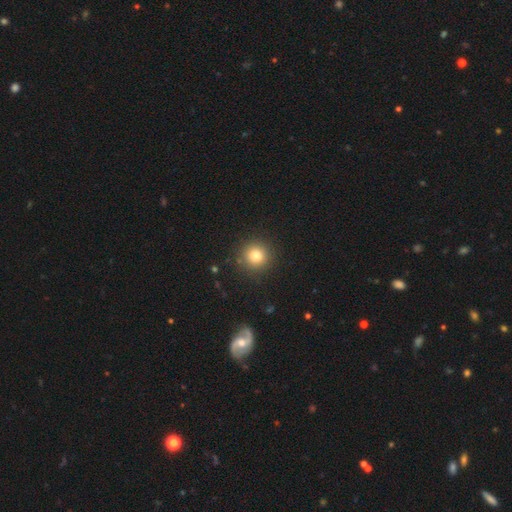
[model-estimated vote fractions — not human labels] Smooth or featured: smooth — 80% (star or artifact — 13%)
How rounded: round — 94% (in between — 5%)
Merging: none — 90% (minor disturbance — 7%)